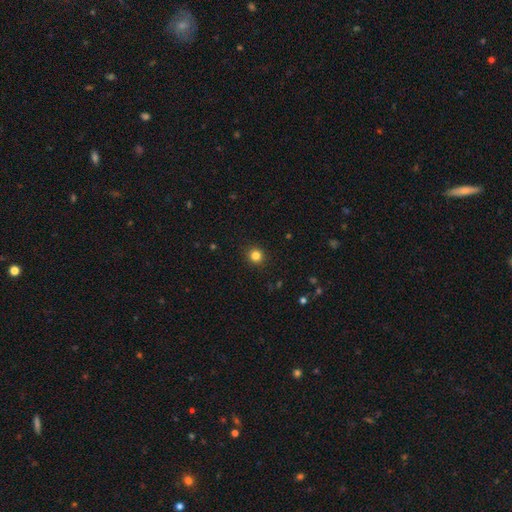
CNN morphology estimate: This is clearly a smooth galaxy (83%). How rounded: clearly round (93%). Merging: clearly none (92%).